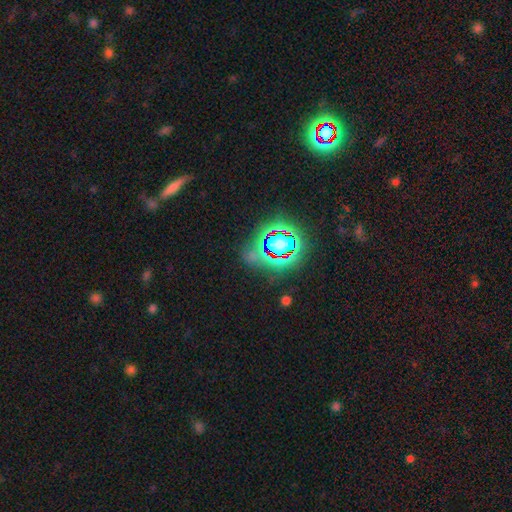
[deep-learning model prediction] This appears to be a star or artifact, not a galaxy (69%).